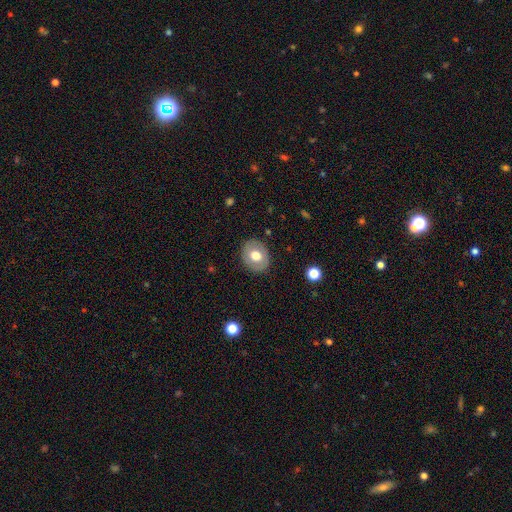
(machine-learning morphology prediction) Smooth or featured: smooth — 65% (featured or disk — 28%)
How rounded: round — 56% (in between — 43%)
Merging: none — 86% (minor disturbance — 10%)